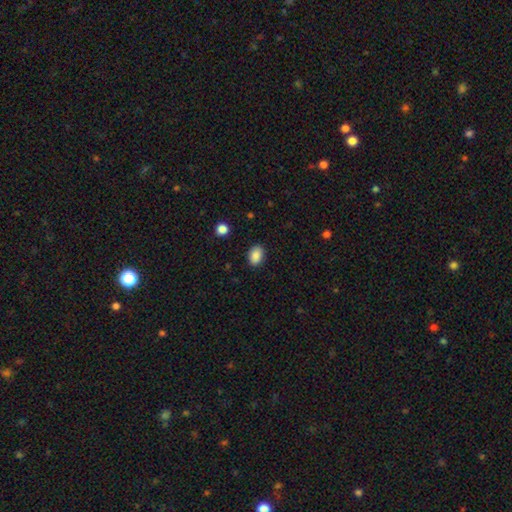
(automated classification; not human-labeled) smooth_or_featured: smooth (p=0.88) [alt: star or artifact p=0.08]
how_rounded: in between (p=0.77) [alt: round p=0.22]
merging: none (p=0.88) [alt: minor disturbance p=0.08]